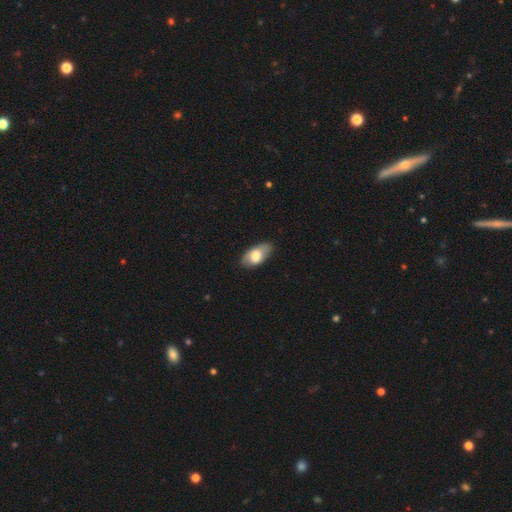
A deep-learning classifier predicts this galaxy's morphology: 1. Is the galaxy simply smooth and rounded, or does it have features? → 74% smooth, 20% featured or disk, 6% star or artifact.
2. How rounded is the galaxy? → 93% in between, 4% round, 3% cigar-shaped.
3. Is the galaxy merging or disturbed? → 75% none, 20% minor disturbance, 3% major disturbance, 1% merger.